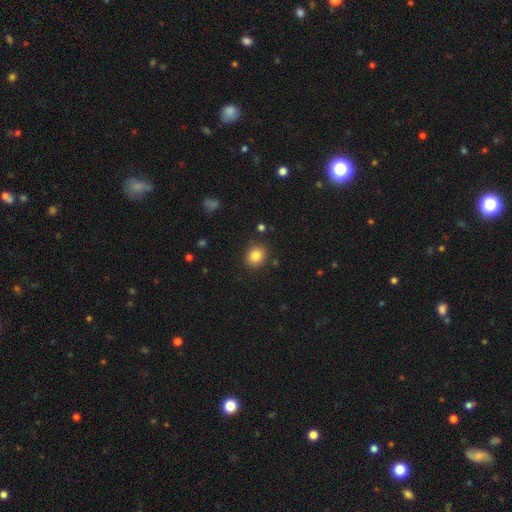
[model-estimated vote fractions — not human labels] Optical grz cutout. It shows a smooth galaxy with no disk features (84%) that is round (72%). Merging: none (87%).